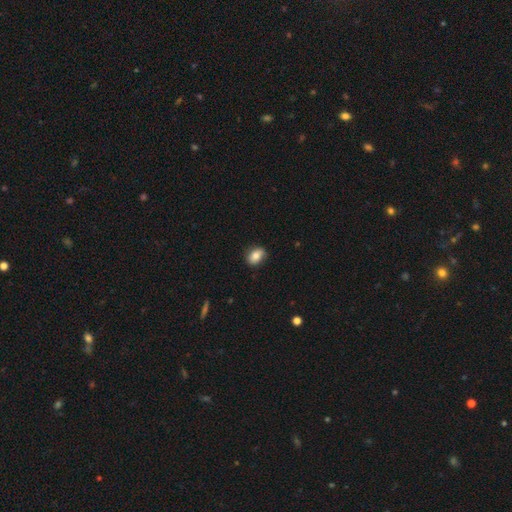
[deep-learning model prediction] smooth 80%, featured or disk 12%, star or artifact 8%. Down the decision tree: how rounded — in between (74%); merging — none (81%).